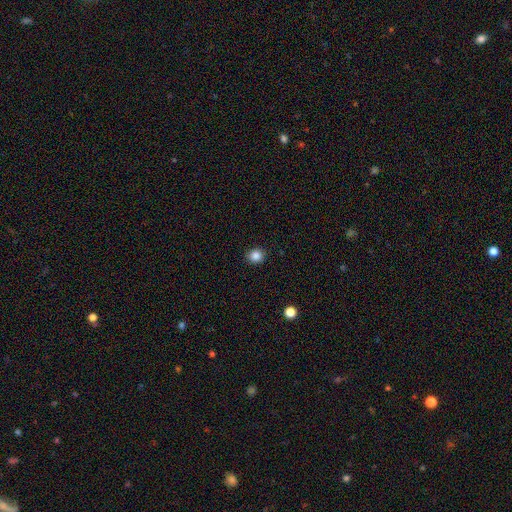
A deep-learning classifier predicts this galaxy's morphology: Smooth or featured? smooth (86%)
How rounded? round (80%)
Merging? none (91%)